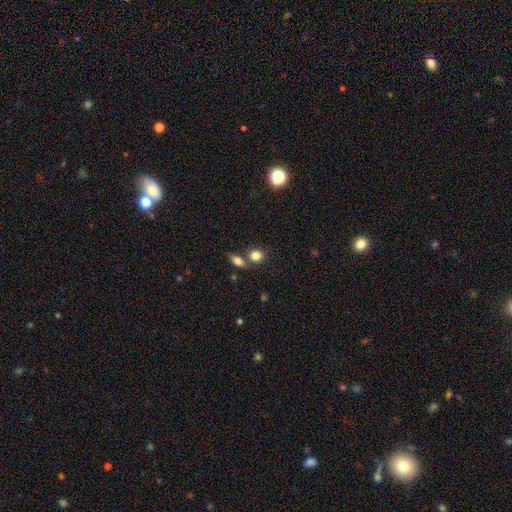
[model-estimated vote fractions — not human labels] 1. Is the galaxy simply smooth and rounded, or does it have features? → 82% smooth, 10% star or artifact, 7% featured or disk.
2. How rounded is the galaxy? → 63% round, 35% in between, 2% cigar-shaped.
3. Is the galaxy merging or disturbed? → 60% none, 27% merger, 10% minor disturbance, 3% major disturbance.